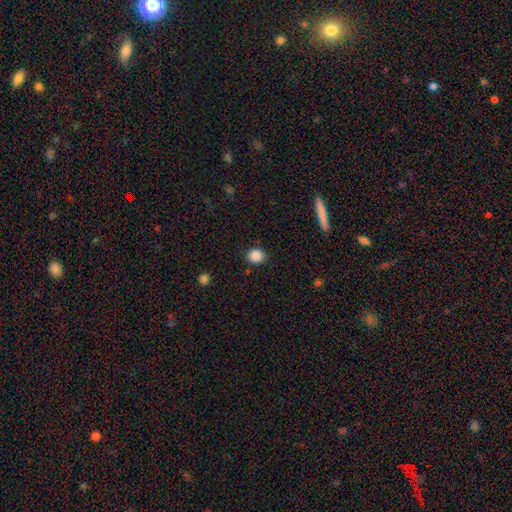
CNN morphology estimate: type=smooth (87%); roundness=round (70%); merging=none (85%).